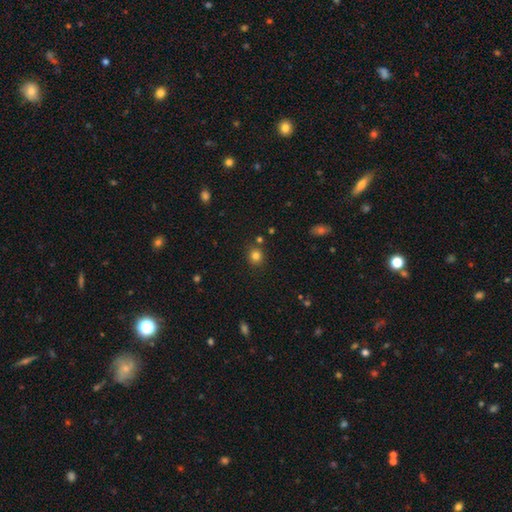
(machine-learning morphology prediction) Smooth or featured? smooth (81%)
How rounded? round (85%)
Merging? none (82%)